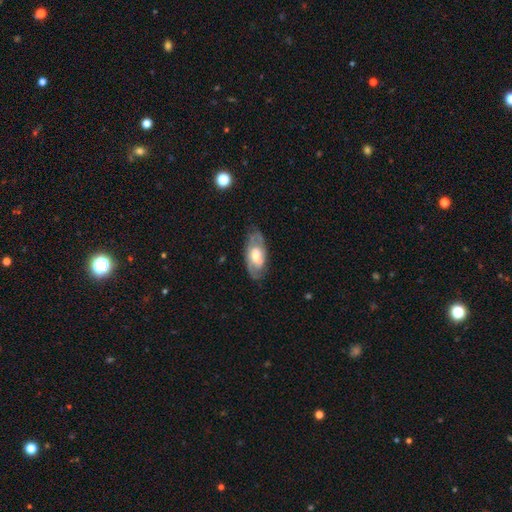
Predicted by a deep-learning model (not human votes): Overall: featured or disk (65%; smooth 30%). Edge-on disk: no (90%). Bar: no (53%; weak 37%). Spiral arms: yes (74%). Bulge size: moderate (58%; large 19%). Merging: none (73%).